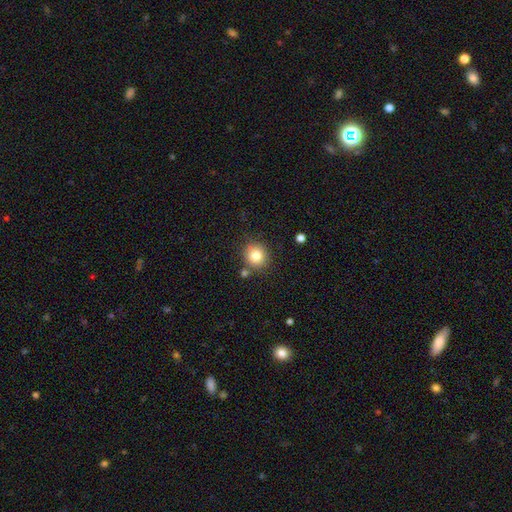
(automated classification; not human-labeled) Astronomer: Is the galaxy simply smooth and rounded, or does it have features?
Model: smooth — 81%.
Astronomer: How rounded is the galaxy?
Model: round — 87%.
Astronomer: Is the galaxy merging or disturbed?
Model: none — 79%.